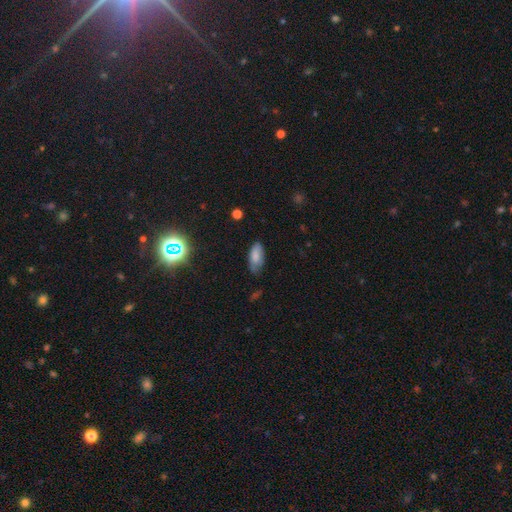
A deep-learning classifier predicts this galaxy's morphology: type=smooth (78%); roundness=in between (88%); merging=none (58%).